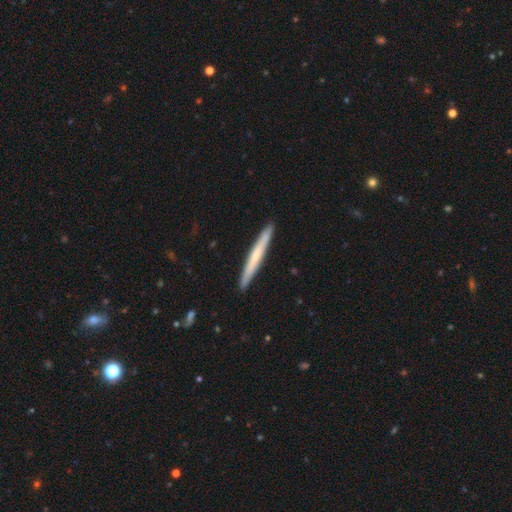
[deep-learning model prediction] Smooth or featured: smooth — 53% (featured or disk — 42%)
How rounded: cigar-shaped — 97% (in between — 2%)
Merging: none — 92% (minor disturbance — 6%)